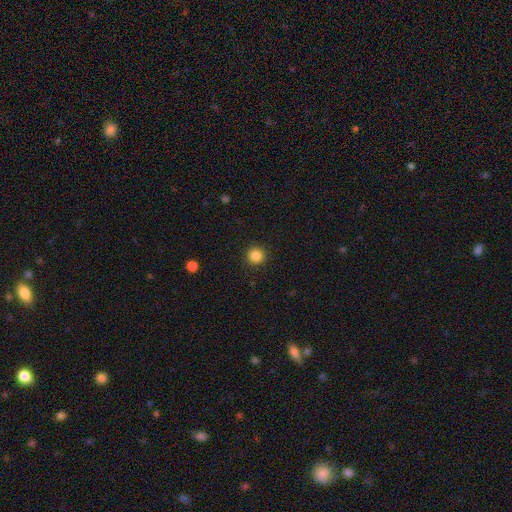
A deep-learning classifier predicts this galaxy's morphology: A smooth galaxy with no disk features (85%) that is round (96%).

Vote fractions:
- Smooth or featured? smooth: 85% / star or artifact: 11% / featured or disk: 4%
- How rounded? round: 96% / in between: 3% / cigar-shaped: 1%
- Merging? none: 93% / minor disturbance: 5% / major disturbance: 2% / merger: 1%